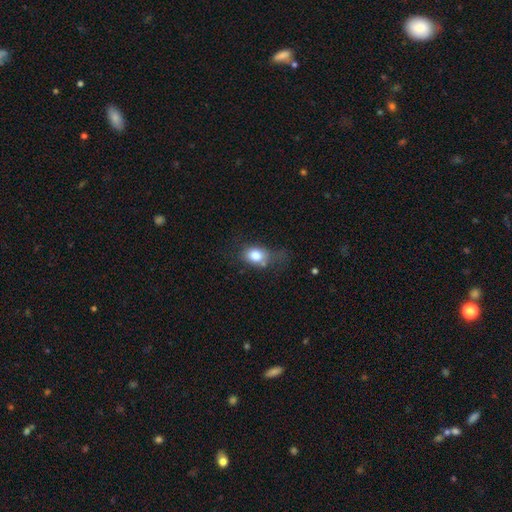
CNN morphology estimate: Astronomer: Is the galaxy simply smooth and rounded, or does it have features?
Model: smooth — 79%.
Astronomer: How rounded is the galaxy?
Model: in between — 60% (runner-up: round, 39%).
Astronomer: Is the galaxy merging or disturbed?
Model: none — 49% (runner-up: minor disturbance, 28%).